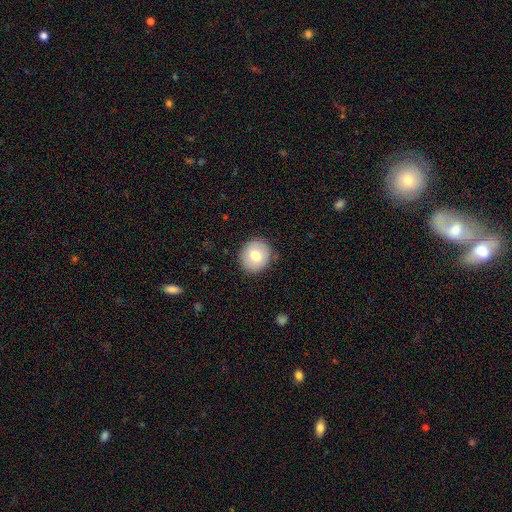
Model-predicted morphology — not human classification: Smooth or featured?
  - smooth: 74% *
  - featured or disk: 18%
  - star or artifact: 8%
How rounded?
  - round: 84% *
  - in between: 15%
  - cigar-shaped: 1%
Merging?
  - none: 87% *
  - minor disturbance: 10%
  - major disturbance: 2%
  - merger: 1%